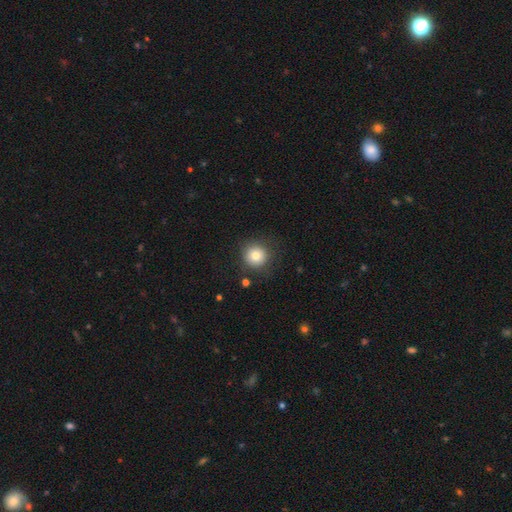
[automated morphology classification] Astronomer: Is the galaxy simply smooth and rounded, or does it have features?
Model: smooth — 79%.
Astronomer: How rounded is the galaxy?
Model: round — 94%.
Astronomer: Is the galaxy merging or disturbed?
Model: none — 84%.